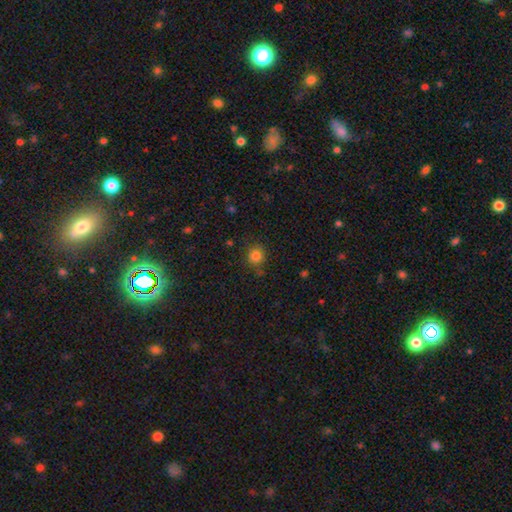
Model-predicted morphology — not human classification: type=smooth (82%); roundness=round (86%); merging=none (79%).